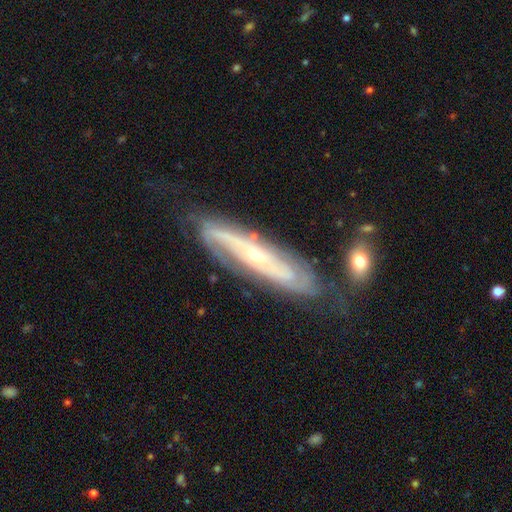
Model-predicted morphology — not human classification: Smooth or featured? featured or disk (82%)
Edge-on disk? no (71%)
Bar? no (66%)
Spiral arms? yes (87%)
Bulge size? small (69%)
Merging? none (70%)